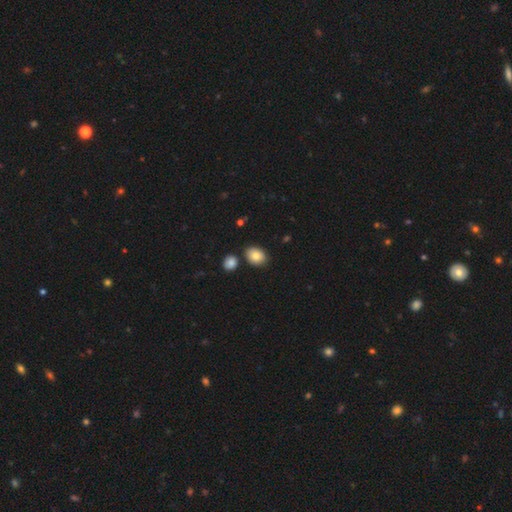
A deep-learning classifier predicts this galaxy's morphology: This is clearly a smooth galaxy (82%). How rounded: likely in between (66%). Merging: likely none (80%).